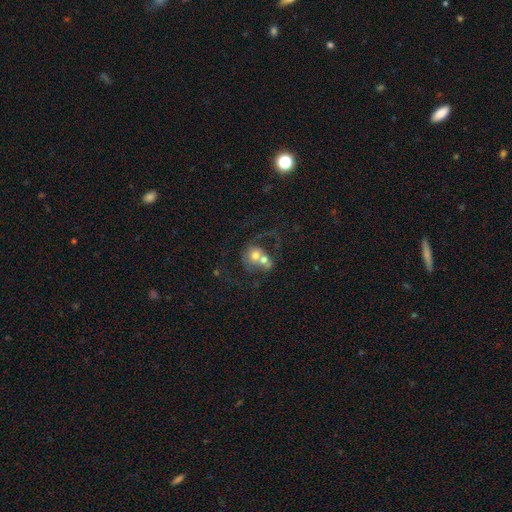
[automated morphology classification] Smooth or featured? Predicted: featured or disk (p=0.49). Merging? Predicted: merger (p=0.67).